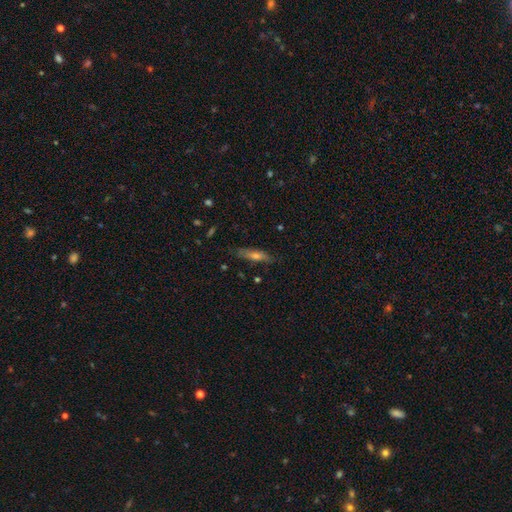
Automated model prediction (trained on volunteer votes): Morphology: type=smooth (46%); merging=none (80%).